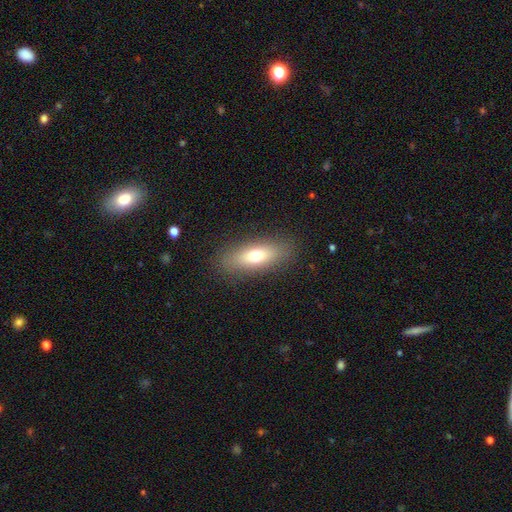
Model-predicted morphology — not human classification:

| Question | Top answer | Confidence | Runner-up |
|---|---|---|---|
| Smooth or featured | smooth | 68% | featured or disk (23%) |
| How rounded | in between | 62% | cigar-shaped (34%) |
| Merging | none | 87% | minor disturbance (9%) |